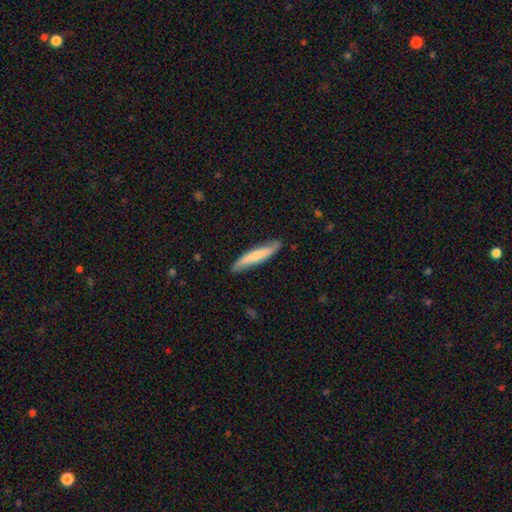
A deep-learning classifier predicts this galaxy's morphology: Smooth or featured? Predicted: smooth (p=0.60). How rounded? Predicted: cigar-shaped (p=0.90). Merging? Predicted: none (p=0.81).